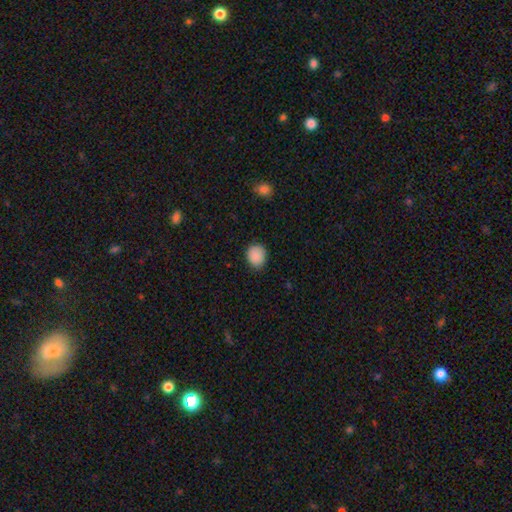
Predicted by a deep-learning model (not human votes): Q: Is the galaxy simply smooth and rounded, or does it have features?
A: smooth — 89%.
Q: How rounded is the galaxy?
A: round — 66%.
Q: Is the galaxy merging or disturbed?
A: none — 82%.